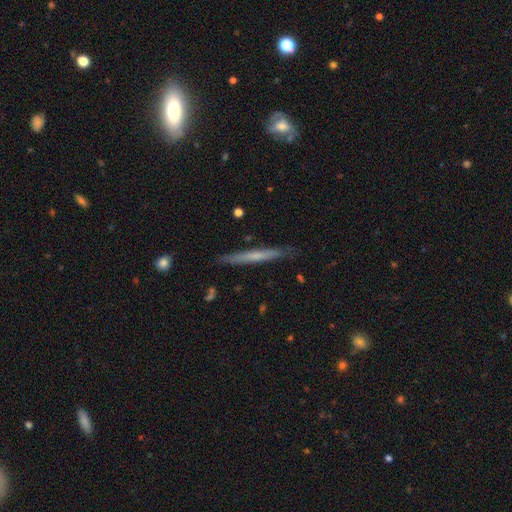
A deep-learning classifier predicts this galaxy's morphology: Smooth or featured?
  - featured or disk: 49% *
  - smooth: 46%
  - star or artifact: 6%
Merging?
  - none: 86% *
  - minor disturbance: 11%
  - major disturbance: 2%
  - merger: 1%